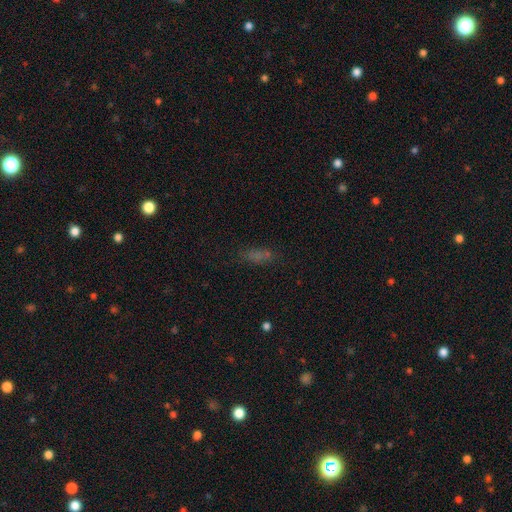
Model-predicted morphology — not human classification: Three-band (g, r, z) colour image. It shows a smooth galaxy with no disk features (67%) that is cigar-shaped (48%). Merging: none (74%).